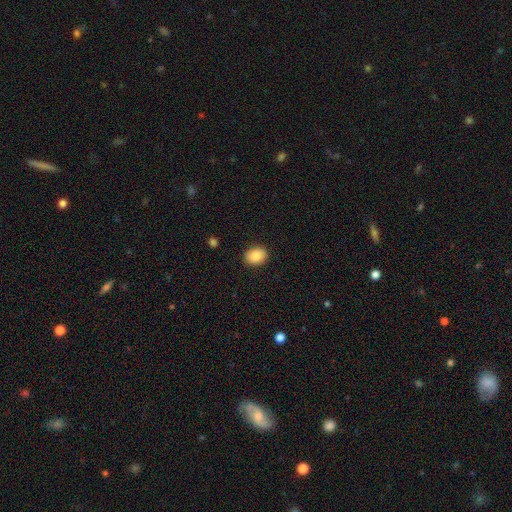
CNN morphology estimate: smooth 85%, star or artifact 8%, featured or disk 7%. Down the decision tree: how rounded — in between (59%); merging — none (90%).